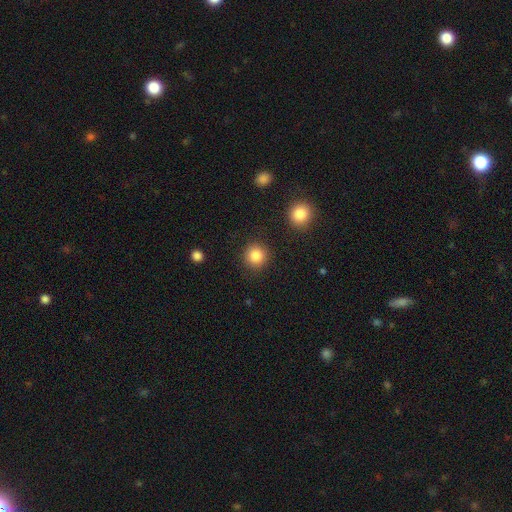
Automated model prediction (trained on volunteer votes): Morphology: type=smooth (85%); roundness=round (93%); merging=none (90%).